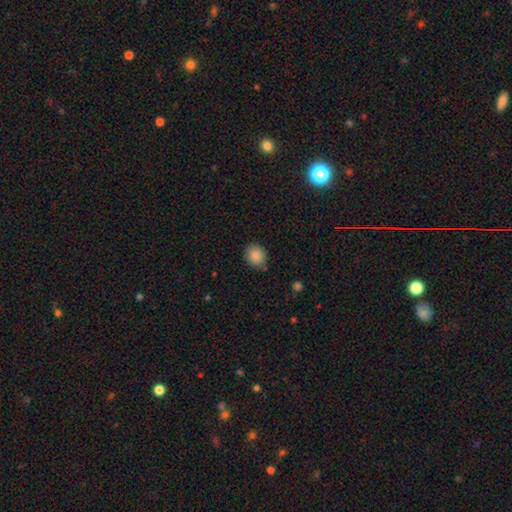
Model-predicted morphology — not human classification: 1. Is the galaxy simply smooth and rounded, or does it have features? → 88% smooth, 8% star or artifact, 4% featured or disk.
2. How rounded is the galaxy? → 61% round, 38% in between, 1% cigar-shaped.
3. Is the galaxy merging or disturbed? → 81% none, 14% minor disturbance, 3% major disturbance, 2% merger.